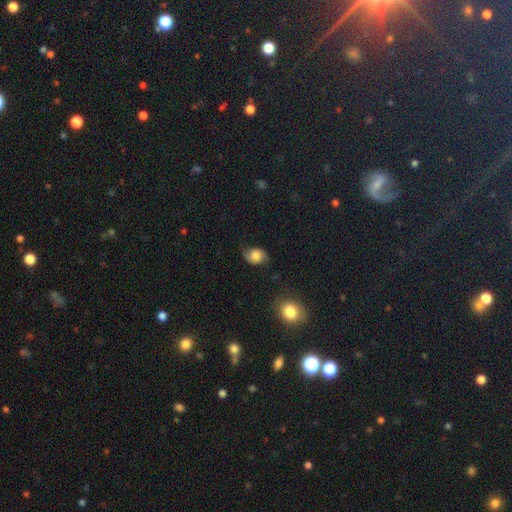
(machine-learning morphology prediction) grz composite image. It shows a smooth galaxy with no disk features (47%). Merging: none (66%).